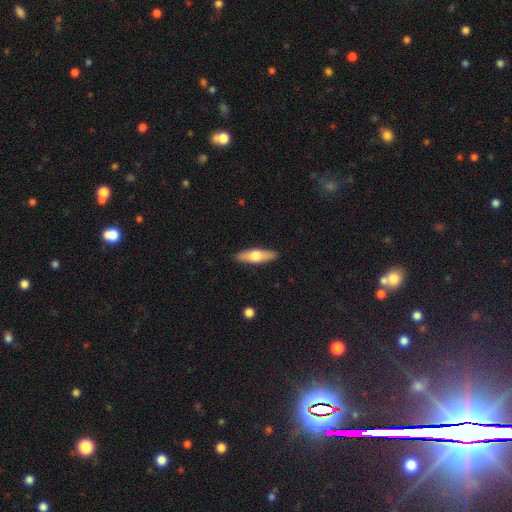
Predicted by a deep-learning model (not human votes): Smooth or featured: smooth — 54% (featured or disk — 41%)
How rounded: cigar-shaped — 58% (in between — 40%)
Merging: none — 90% (minor disturbance — 7%)